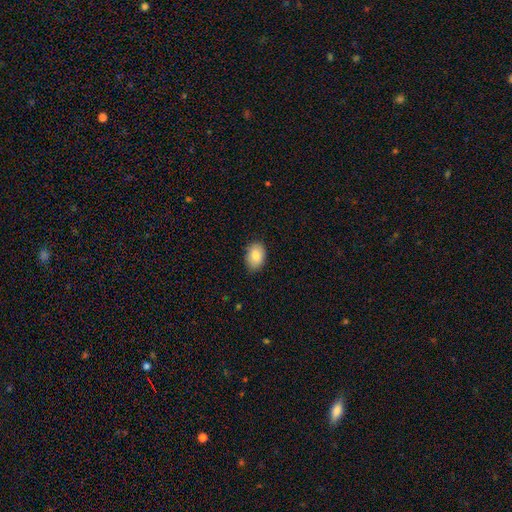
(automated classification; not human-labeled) Smooth or featured? Predicted: smooth (p=0.85). How rounded? Predicted: in between (p=0.84). Merging? Predicted: none (p=0.84).